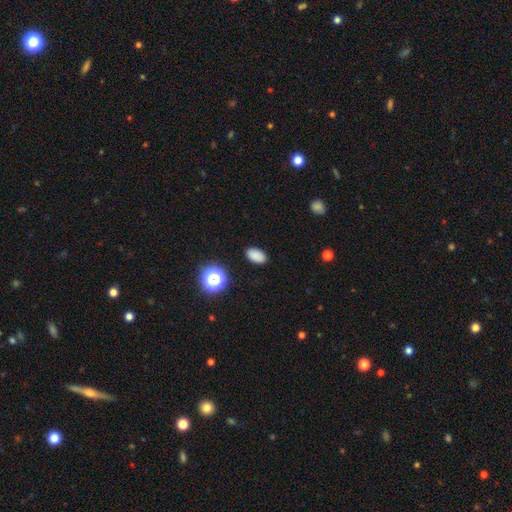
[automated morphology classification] Q: Smooth or featured?
A: smooth (84%); runner-up: star or artifact (12%)
Q: How rounded?
A: in between (90%); runner-up: round (8%)
Q: Merging?
A: none (89%); runner-up: minor disturbance (8%)